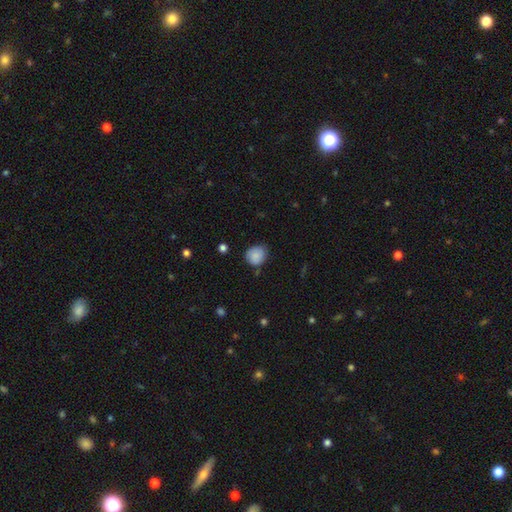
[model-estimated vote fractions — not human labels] Smooth or featured? Predicted: smooth (p=0.84). How rounded? Predicted: round (p=0.70). Merging? Predicted: none (p=0.68).